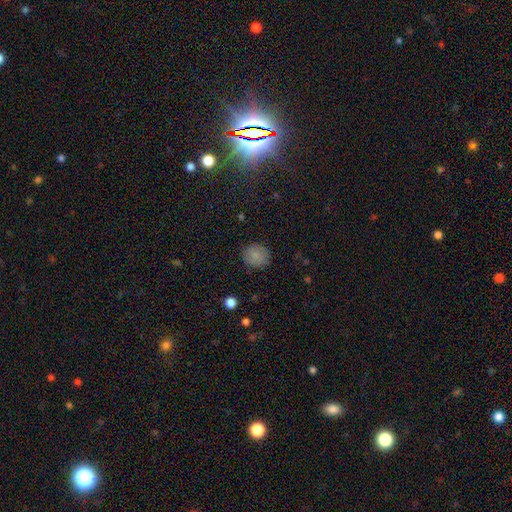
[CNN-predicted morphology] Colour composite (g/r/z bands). It shows a smooth galaxy with no disk features (82%) that is round (85%). Merging: none (86%).